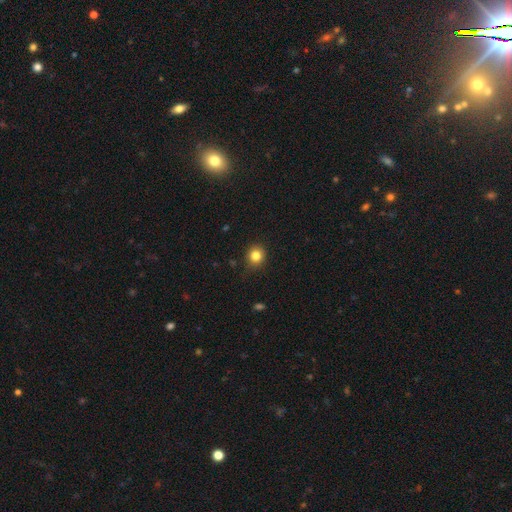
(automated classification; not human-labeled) smooth 82%, star or artifact 12%, featured or disk 6%. Down the decision tree: how rounded — round (85%); merging — none (85%).